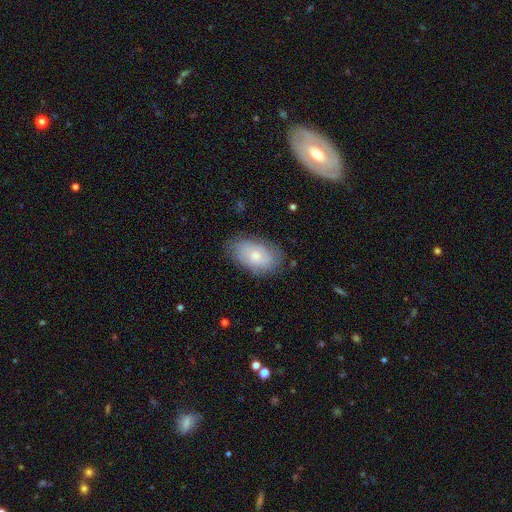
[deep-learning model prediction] Smooth or featured: smooth — 56% (featured or disk — 37%)
How rounded: in between — 92% (round — 7%)
Merging: none — 75% (minor disturbance — 19%)